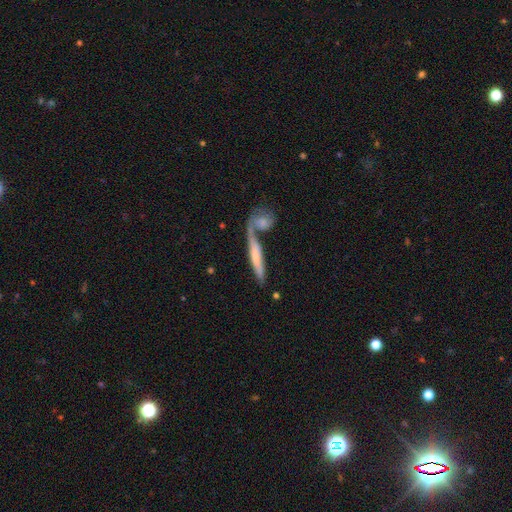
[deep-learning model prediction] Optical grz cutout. It shows a smooth galaxy with no disk features (51%) that is cigar-shaped (86%). Merging: none (48%).